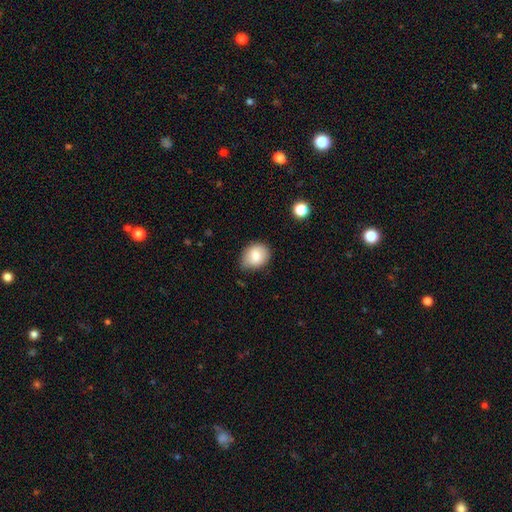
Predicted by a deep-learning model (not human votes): smooth 82%, featured or disk 10%, star or artifact 8%. Down the decision tree: how rounded — round (53%); merging — none (65%).